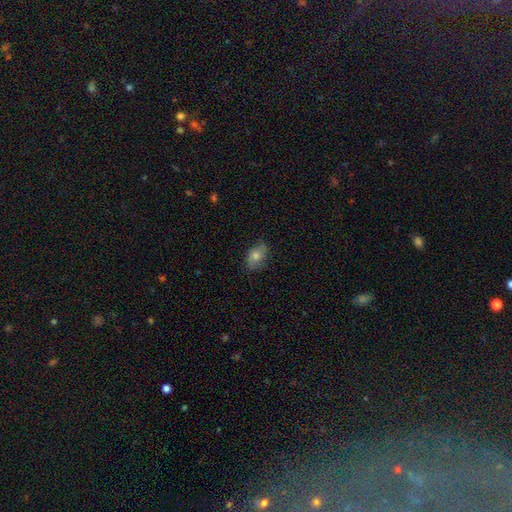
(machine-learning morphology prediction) smooth_or_featured: smooth (p=0.53) [alt: featured or disk p=0.34]
how_rounded: in between (p=0.79) [alt: round p=0.19]
merging: none (p=0.76) [alt: minor disturbance p=0.18]